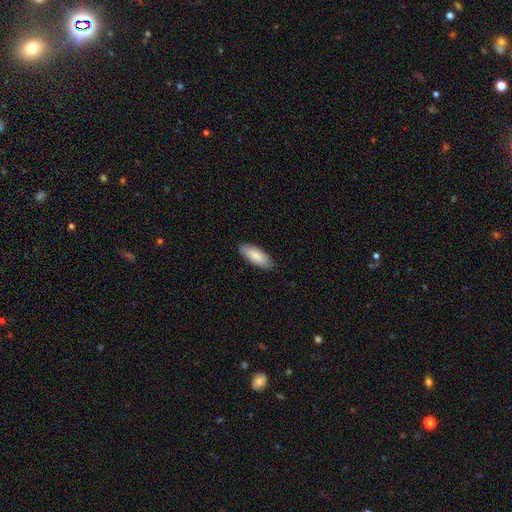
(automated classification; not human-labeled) Morphology: type=smooth (86%); roundness=in between (76%); merging=none (84%).